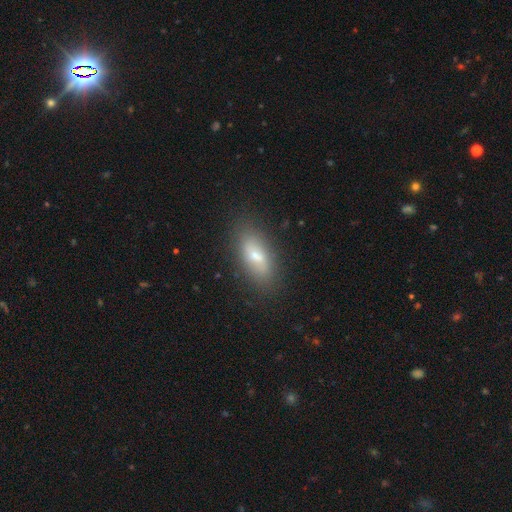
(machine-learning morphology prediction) A smooth galaxy with no disk features (63%) that is in between round and cigar-shaped (79%). Merging: none (81%).